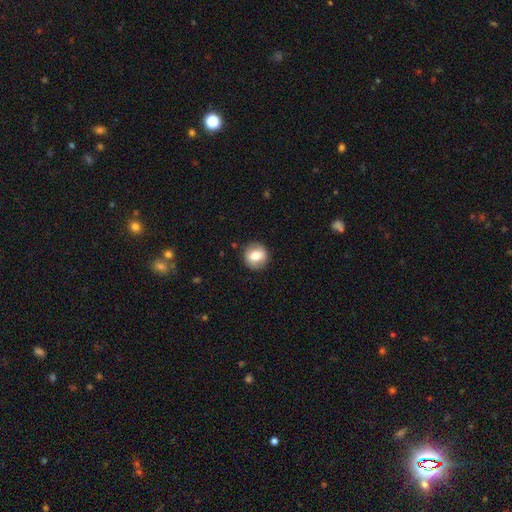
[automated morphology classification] The model was most divided on "smooth or featured": smooth: 72%, featured or disk: 20%, star or artifact: 8%. More confident: how rounded — round (91%); merging — none (89%).